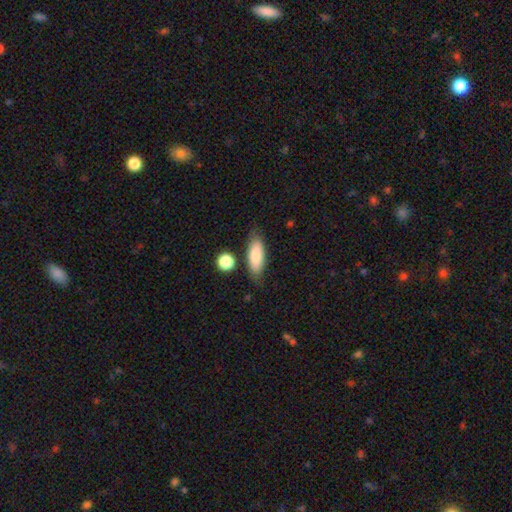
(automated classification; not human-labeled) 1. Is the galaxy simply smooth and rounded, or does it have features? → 81% smooth, 12% featured or disk, 7% star or artifact.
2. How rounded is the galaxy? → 68% in between, 30% cigar-shaped, 3% round.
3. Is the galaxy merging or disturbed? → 76% none, 16% minor disturbance, 5% merger, 4% major disturbance.